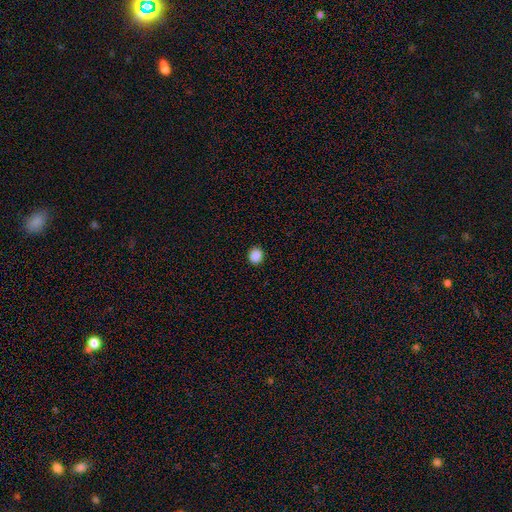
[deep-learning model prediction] This appears to be a smooth galaxy with no disk features (88%) that is round (81%). Merging: none (92%).